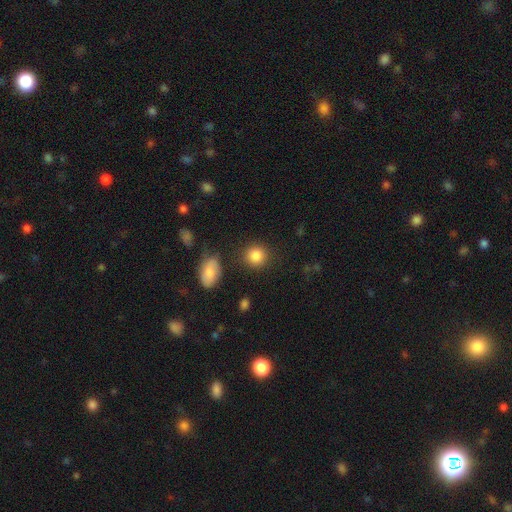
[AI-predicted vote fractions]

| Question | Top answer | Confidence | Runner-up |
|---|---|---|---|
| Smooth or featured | smooth | 87% | star or artifact (9%) |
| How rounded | round | 87% | in between (12%) |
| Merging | none | 85% | minor disturbance (8%) |